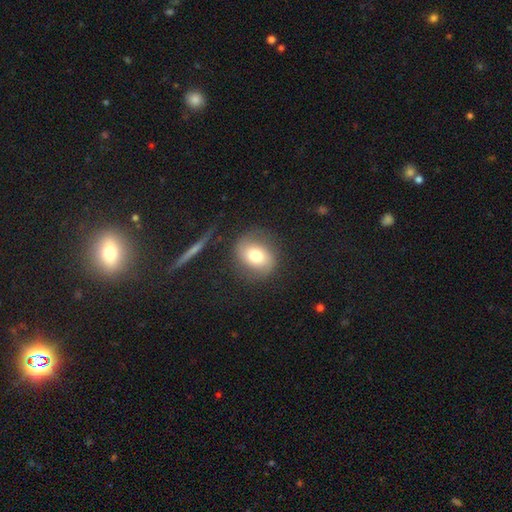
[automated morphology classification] Q: Smooth or featured?
A: smooth (56%); runner-up: featured or disk (35%)
Q: How rounded?
A: round (61%); runner-up: in between (38%)
Q: Merging?
A: none (76%); runner-up: minor disturbance (14%)